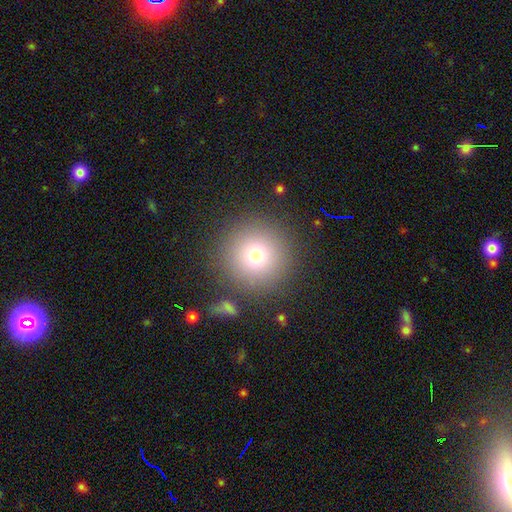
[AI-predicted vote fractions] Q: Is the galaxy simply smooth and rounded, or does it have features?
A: smooth — 75%.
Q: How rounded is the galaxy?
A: round — 96%.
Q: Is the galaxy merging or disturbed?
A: none — 86%.